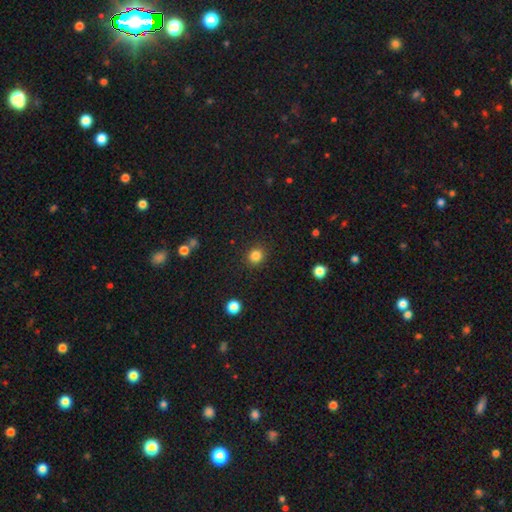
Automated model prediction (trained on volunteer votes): This is clearly a smooth galaxy (85%). How rounded: clearly round (86%). Merging: clearly none (90%).